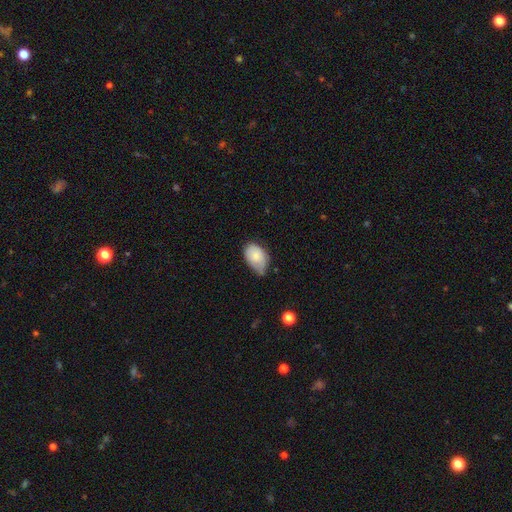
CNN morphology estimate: Smooth or featured? smooth (80%)
How rounded? in between (88%)
Merging? minor disturbance (47%)